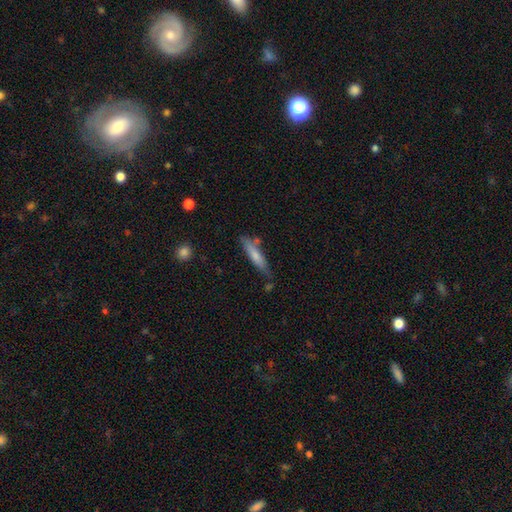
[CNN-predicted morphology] Smooth or featured: smooth — 70% (featured or disk — 24%)
How rounded: cigar-shaped — 83% (in between — 15%)
Merging: none — 67% (minor disturbance — 20%)